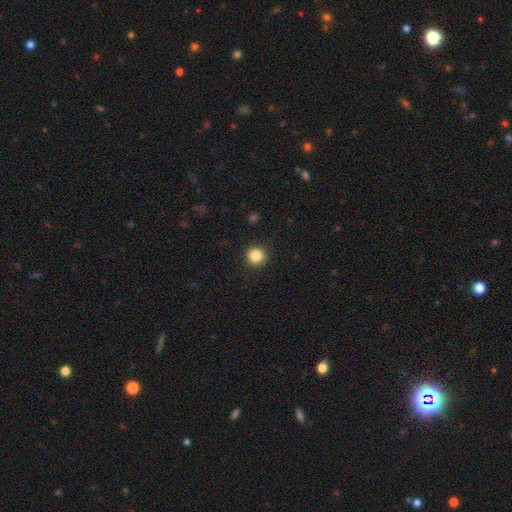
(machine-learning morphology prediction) Smooth or featured: smooth — 85% (star or artifact — 10%)
How rounded: round — 94% (in between — 5%)
Merging: none — 92% (minor disturbance — 5%)